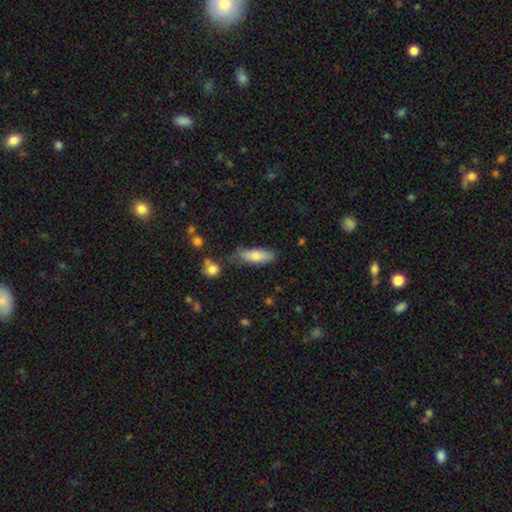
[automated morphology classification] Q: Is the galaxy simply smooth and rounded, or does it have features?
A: smooth — 72%.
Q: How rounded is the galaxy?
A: in between — 53%.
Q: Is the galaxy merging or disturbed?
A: none — 70%.